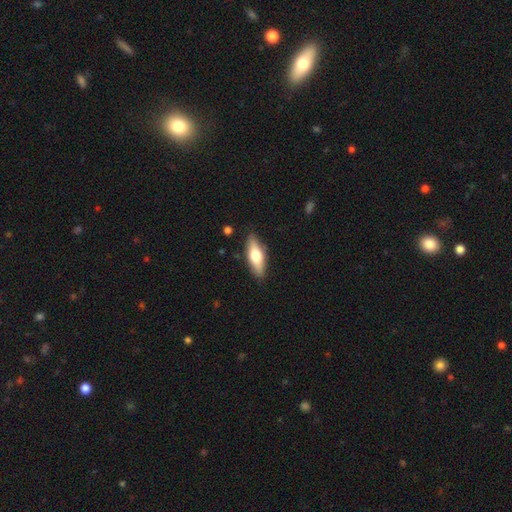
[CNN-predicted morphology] This appears to be a smooth galaxy with no disk features (56%) that is in between round and cigar-shaped (55%). Merging: none (87%).